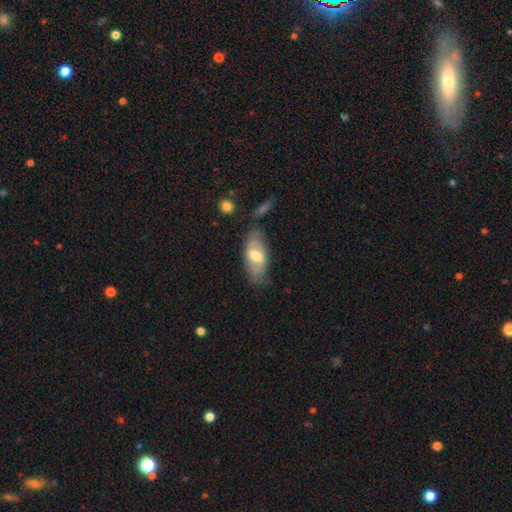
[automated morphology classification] A featured or disk galaxy (49%). Merging: none (64%).